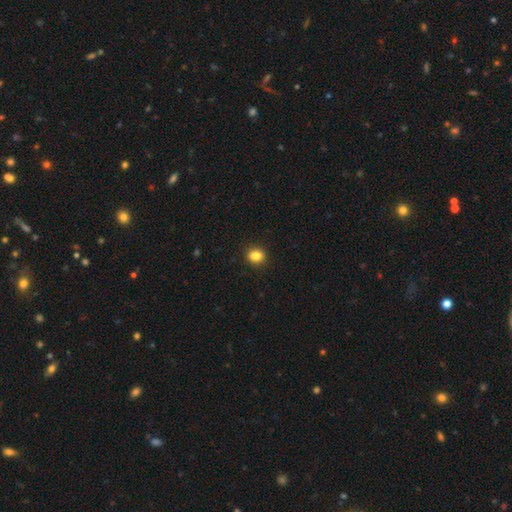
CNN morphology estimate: type=smooth (86%); roundness=round (67%); merging=none (92%).